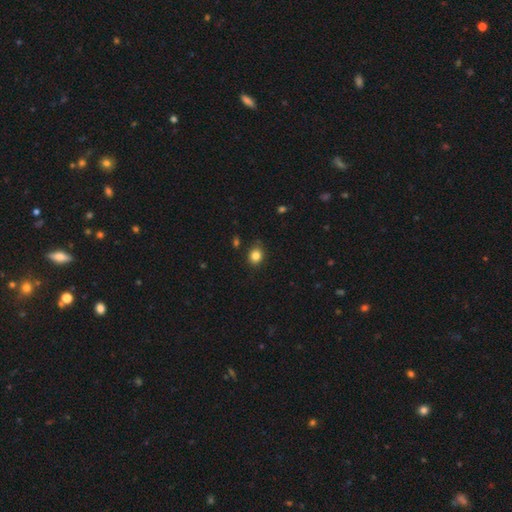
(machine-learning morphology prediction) The model was most divided on "how rounded": round: 63%, in between: 36%, cigar-shaped: 1%. More confident: smooth or featured — smooth (84%); merging — none (83%).